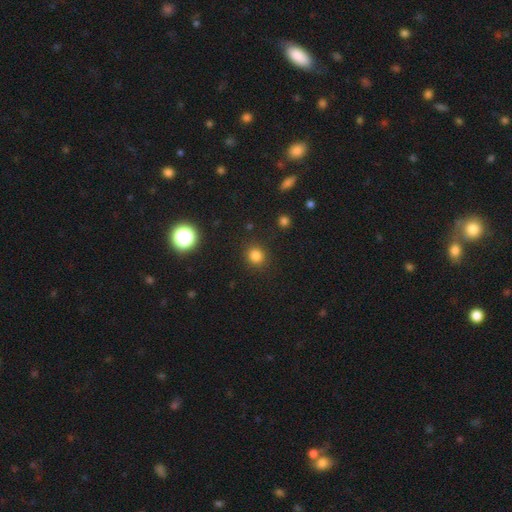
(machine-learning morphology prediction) Q: Smooth or featured?
A: smooth (81%); runner-up: star or artifact (15%)
Q: How rounded?
A: round (86%); runner-up: in between (13%)
Q: Merging?
A: none (89%); runner-up: minor disturbance (7%)